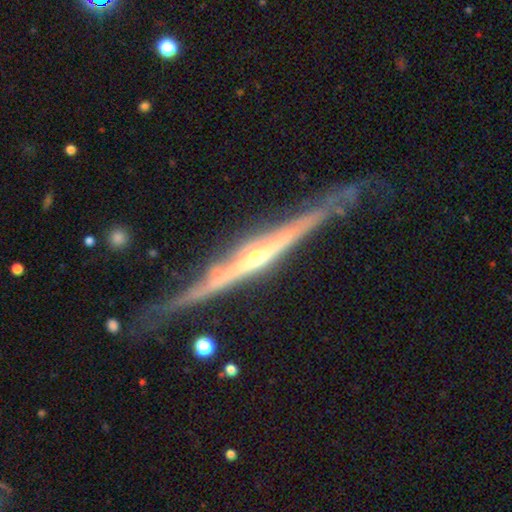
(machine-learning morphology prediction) A featured or disk galaxy (87%) viewed edge-on (94%) with a rounded central bulge (78%).

Vote fractions:
- Smooth or featured? featured or disk: 87% / smooth: 8% / star or artifact: 5%
- Edge-on disk? yes: 94% / no: 6%
- Edge-on bulge? rounded: 78% / none: 17% / boxy: 5%
- Merging? none: 68% / minor disturbance: 22% / major disturbance: 7% / merger: 3%